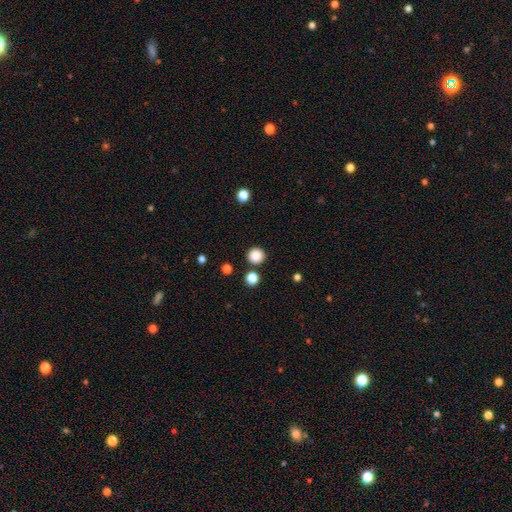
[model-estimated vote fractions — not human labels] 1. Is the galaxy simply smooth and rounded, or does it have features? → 86% smooth, 11% star or artifact, 3% featured or disk.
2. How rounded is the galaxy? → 93% round, 6% in between, 1% cigar-shaped.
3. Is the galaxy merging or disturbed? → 88% none, 6% minor disturbance, 4% merger, 2% major disturbance.